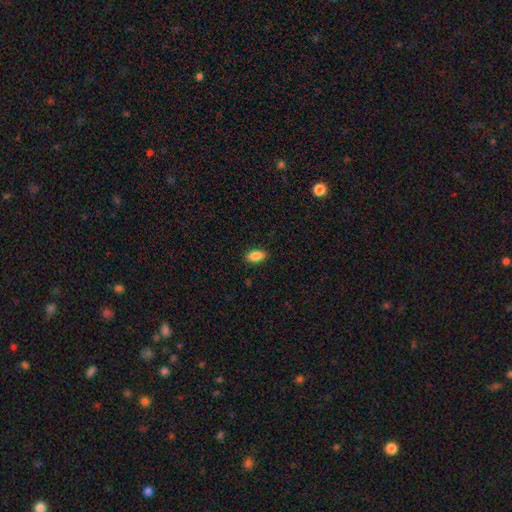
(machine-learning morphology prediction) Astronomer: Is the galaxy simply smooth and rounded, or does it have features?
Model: smooth — 87%.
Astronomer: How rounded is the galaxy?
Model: in between — 91%.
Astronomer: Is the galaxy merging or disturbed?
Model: none — 88%.